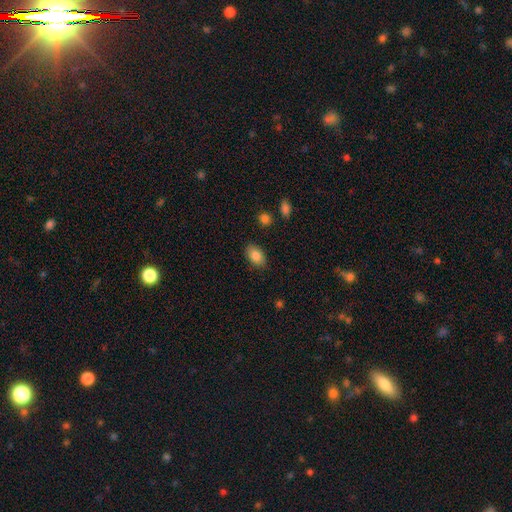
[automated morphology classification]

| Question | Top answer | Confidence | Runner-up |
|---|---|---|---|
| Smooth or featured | smooth | 84% | featured or disk (8%) |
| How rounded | in between | 88% | round (11%) |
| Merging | none | 86% | minor disturbance (10%) |